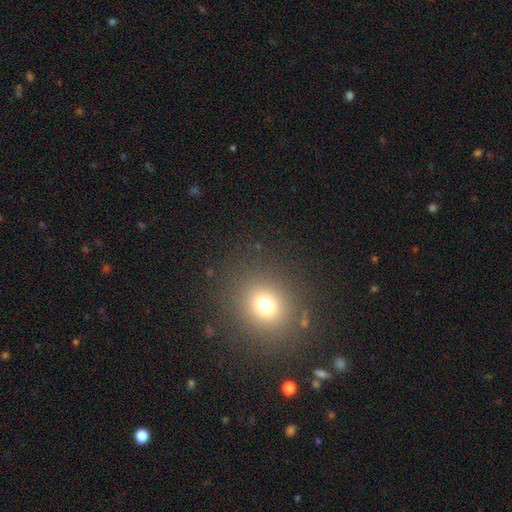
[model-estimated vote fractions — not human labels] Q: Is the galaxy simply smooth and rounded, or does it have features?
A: smooth — 66%.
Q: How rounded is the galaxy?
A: round — 79%.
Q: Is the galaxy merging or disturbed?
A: none — 89%.